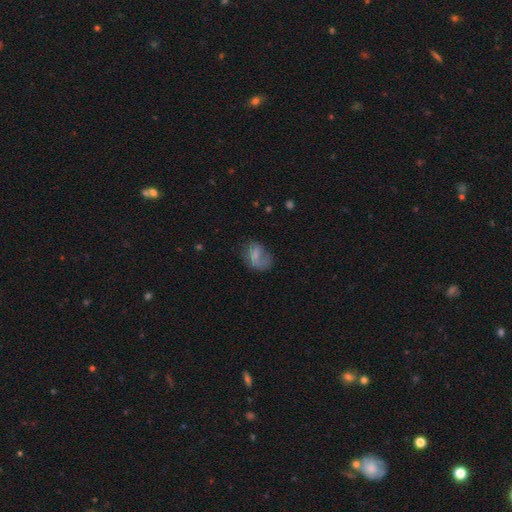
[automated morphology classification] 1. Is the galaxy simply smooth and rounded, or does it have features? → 53% smooth, 37% featured or disk, 10% star or artifact.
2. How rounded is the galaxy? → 70% in between, 28% round, 2% cigar-shaped.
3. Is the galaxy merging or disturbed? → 41% none, 31% major disturbance, 26% minor disturbance, 3% merger.